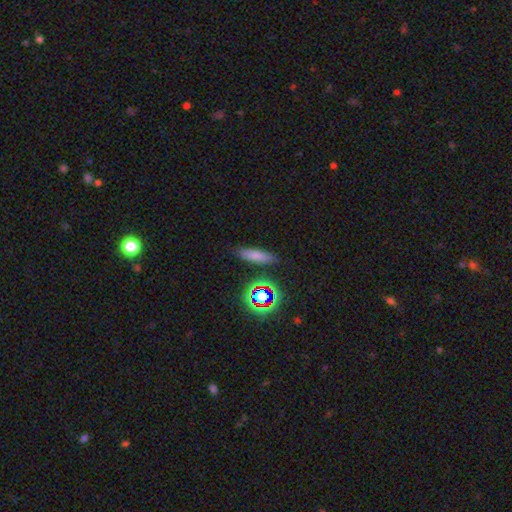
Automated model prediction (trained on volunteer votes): Smooth or featured: smooth — 71% (star or artifact — 17%)
How rounded: cigar-shaped — 58% (in between — 38%)
Merging: none — 83% (minor disturbance — 12%)